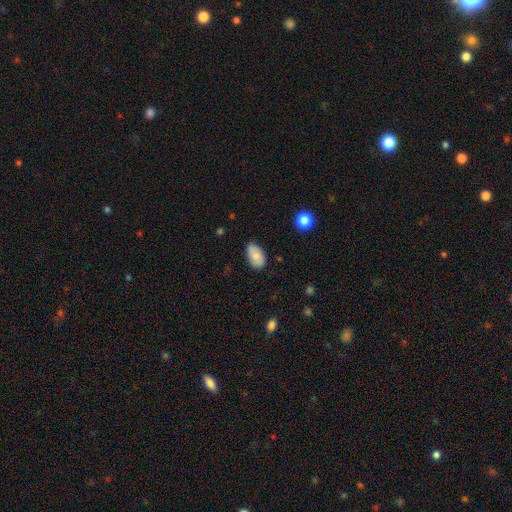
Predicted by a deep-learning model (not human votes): Overall: smooth (79%). How rounded: in between (93%). Merging: none (76%).